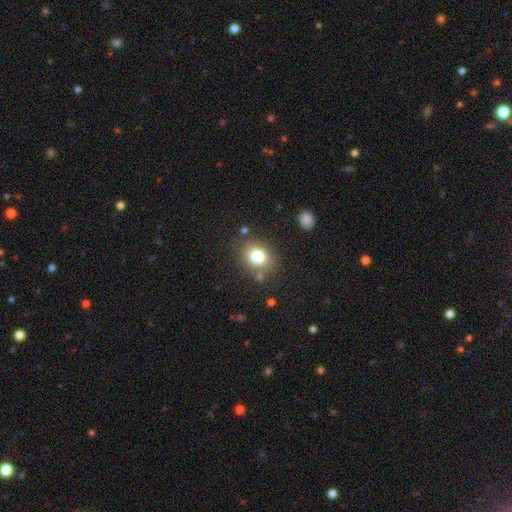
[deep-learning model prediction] This is likely a smooth galaxy (75%). How rounded: likely round (66%). Merging: clearly none (80%).